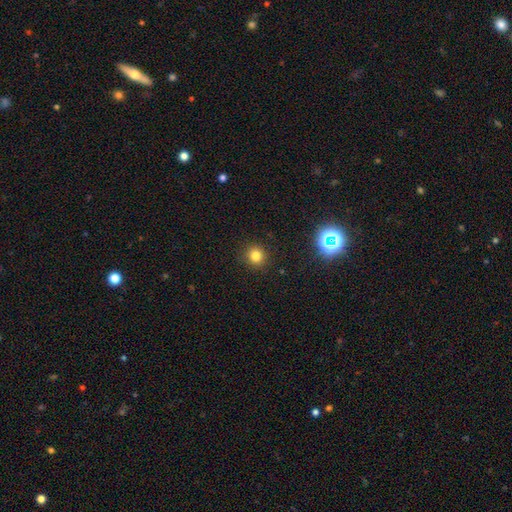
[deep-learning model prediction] Smooth or featured: smooth — 80% (star or artifact — 15%)
How rounded: round — 92% (in between — 7%)
Merging: none — 91% (minor disturbance — 6%)